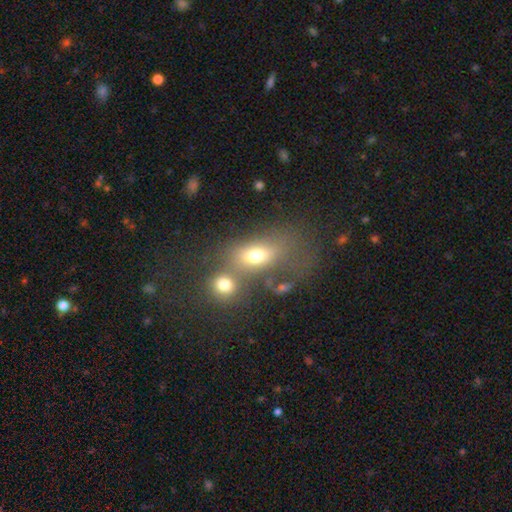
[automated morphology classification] This is likely a smooth galaxy (67%). How rounded: likely in between (75%). Merging: marginally merger (43%).